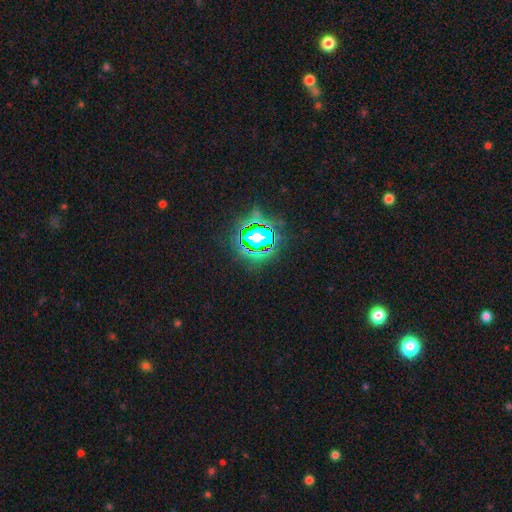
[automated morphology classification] type=star or artifact (83%).